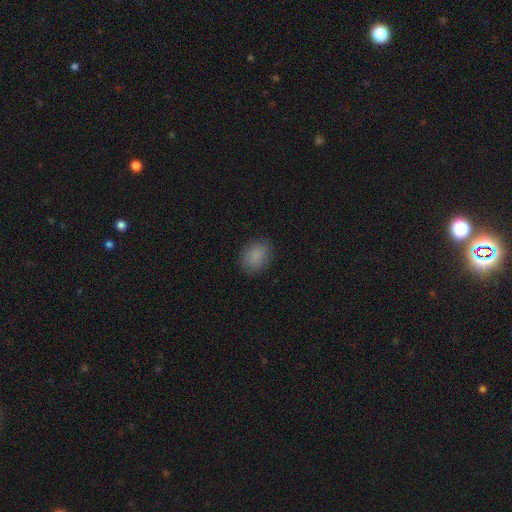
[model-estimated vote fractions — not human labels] Overall: smooth (87%). How rounded: in between (66%; round 33%). Merging: none (84%).